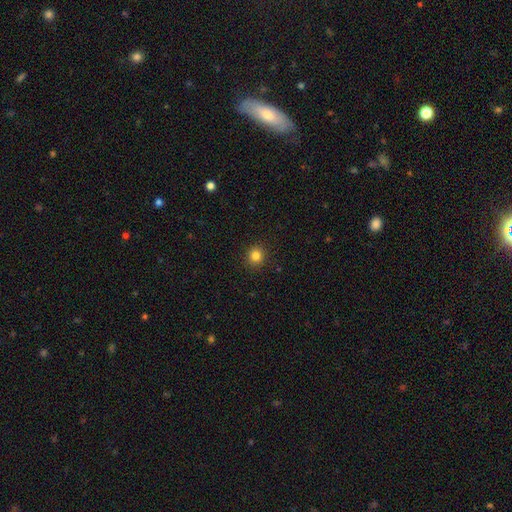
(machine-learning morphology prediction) The model was most divided on "smooth or featured": smooth: 83%, star or artifact: 12%, featured or disk: 5%. More confident: merging — none (92%); how rounded — round (89%).